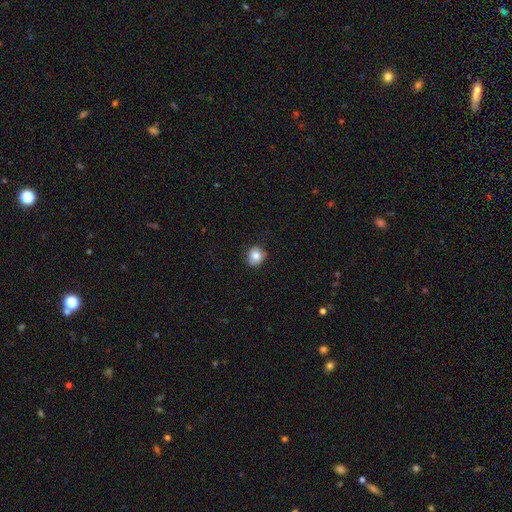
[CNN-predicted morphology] This is clearly a smooth galaxy (82%). How rounded: likely round (80%). Merging: clearly none (85%).